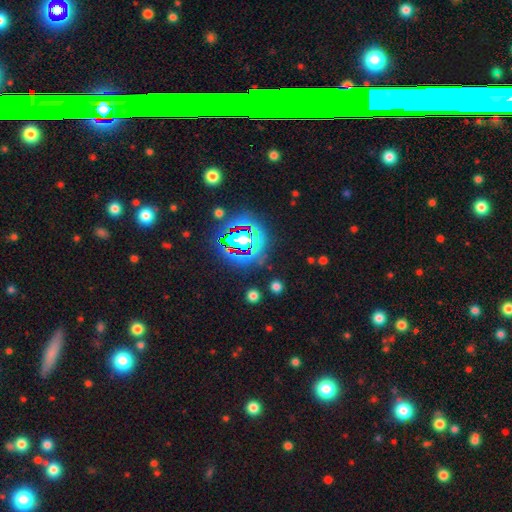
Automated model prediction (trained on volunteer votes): This appears to be a star or artifact, not a galaxy (72%).